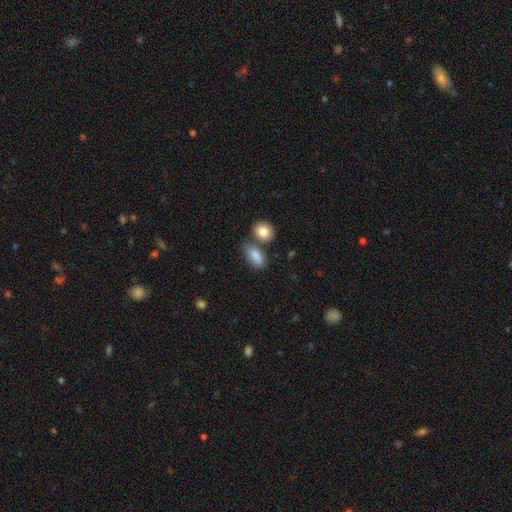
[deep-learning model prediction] Overall: smooth (84%). How rounded: in between (84%). Merging: none (59%; merger 20%).